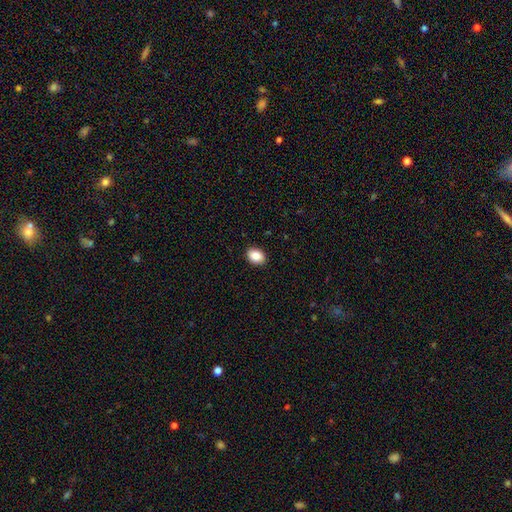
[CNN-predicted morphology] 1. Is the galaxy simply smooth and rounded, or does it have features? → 86% smooth, 8% star or artifact, 6% featured or disk.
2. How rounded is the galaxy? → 75% in between, 24% round, 1% cigar-shaped.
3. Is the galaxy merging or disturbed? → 90% none, 7% minor disturbance, 2% major disturbance, 1% merger.